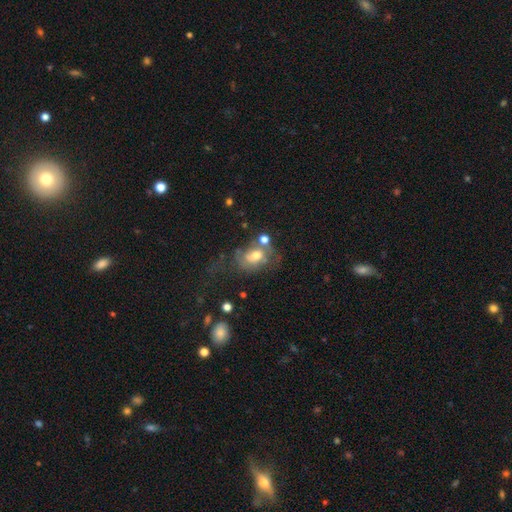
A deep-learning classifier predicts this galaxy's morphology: Smooth or featured? Predicted: smooth (p=0.47). Merging? Predicted: none (p=0.31).